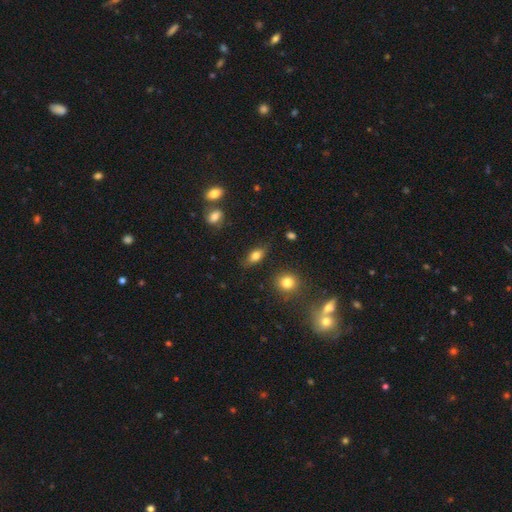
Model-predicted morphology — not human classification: smooth_or_featured: smooth (p=0.76) [alt: featured or disk p=0.15]
how_rounded: in between (p=0.82) [alt: cigar-shaped p=0.09]
merging: none (p=0.75) [alt: minor disturbance p=0.18]